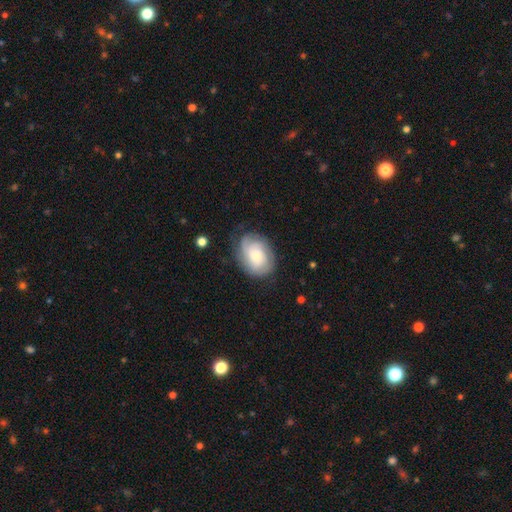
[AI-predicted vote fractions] This appears to be a featured or disk galaxy (64%) with no bar (75%), tight (62%) spiral arms (91%) and a small central bulge (44%). Merging: none (71%).